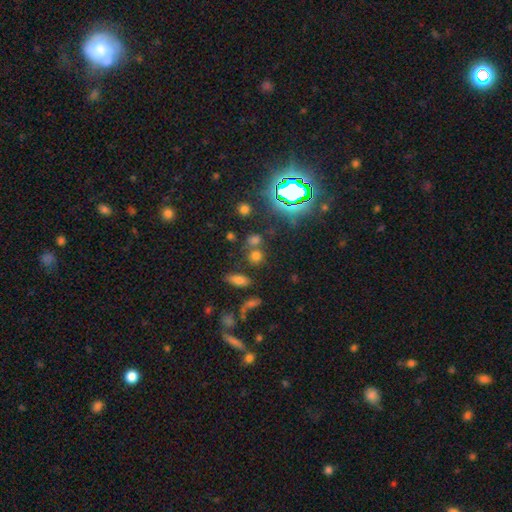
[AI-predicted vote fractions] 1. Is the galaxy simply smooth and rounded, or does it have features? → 64% smooth, 28% star or artifact, 8% featured or disk.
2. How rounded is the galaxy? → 78% round, 20% in between, 2% cigar-shaped.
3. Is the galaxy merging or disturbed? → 63% none, 22% merger, 10% minor disturbance, 5% major disturbance.